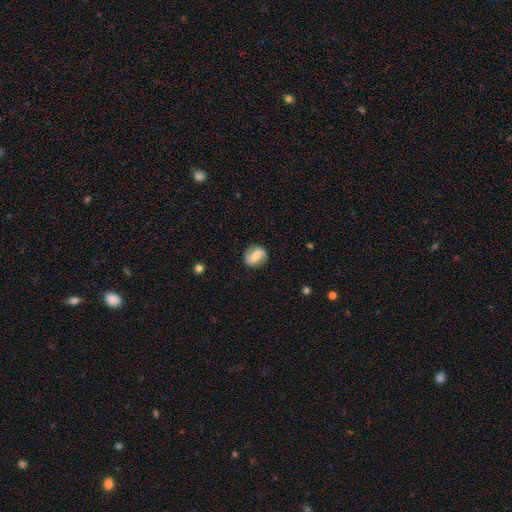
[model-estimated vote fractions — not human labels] Smooth or featured?
  - featured or disk: 49% *
  - smooth: 43%
  - star or artifact: 8%
Merging?
  - none: 80% *
  - minor disturbance: 14%
  - major disturbance: 4%
  - merger: 1%